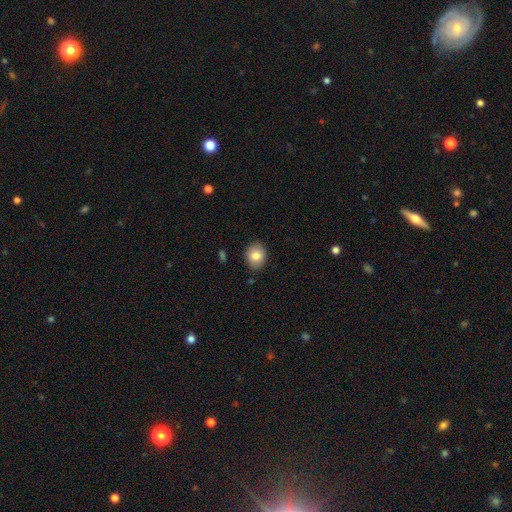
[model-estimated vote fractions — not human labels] Smooth or featured? Predicted: smooth (p=0.83). How rounded? Predicted: in between (p=0.52). Merging? Predicted: none (p=0.85).